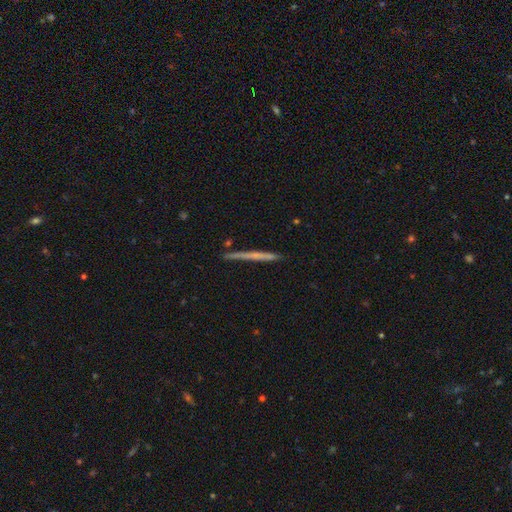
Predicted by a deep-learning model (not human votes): This is possibly a featured or disk galaxy (50%). Merging: clearly none (88%).